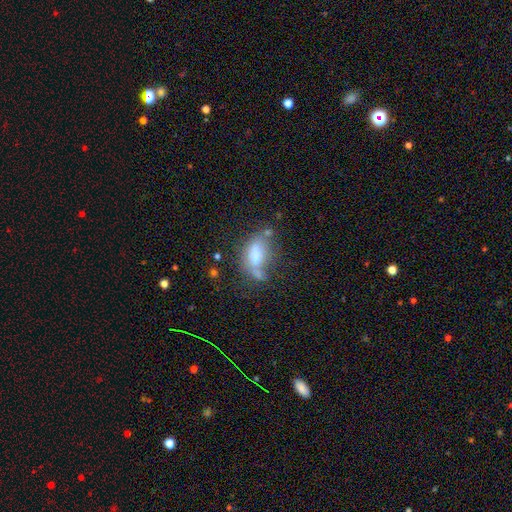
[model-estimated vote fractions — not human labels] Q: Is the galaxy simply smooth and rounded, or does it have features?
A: smooth — 57%.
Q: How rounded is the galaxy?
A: in between — 78%.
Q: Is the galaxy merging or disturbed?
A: none — 29%.